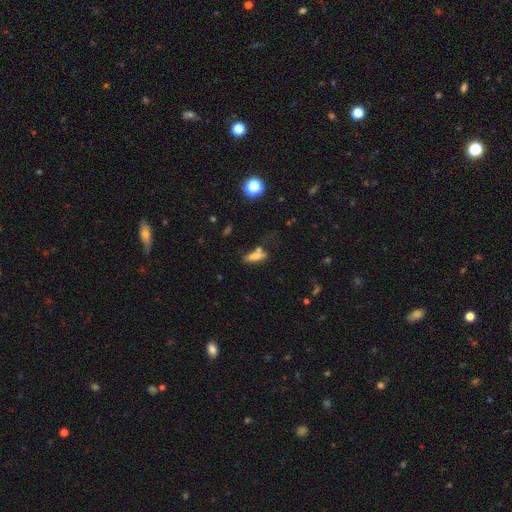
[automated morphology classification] Smooth or featured?
  - smooth: 68% *
  - featured or disk: 20%
  - star or artifact: 12%
How rounded?
  - in between: 50% *
  - cigar-shaped: 46%
  - round: 4%
Merging?
  - none: 52% *
  - minor disturbance: 21%
  - merger: 17%
  - major disturbance: 9%